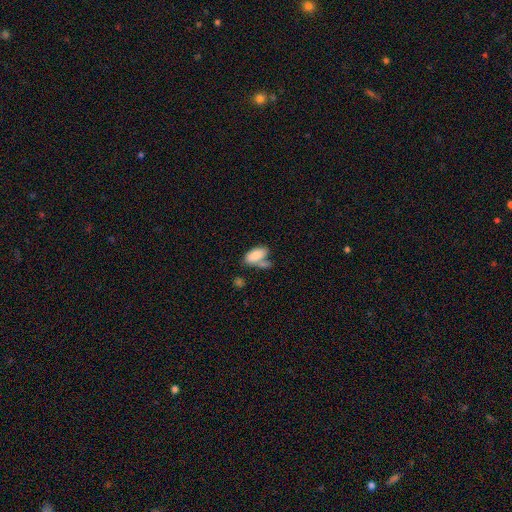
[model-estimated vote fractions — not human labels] A smooth galaxy with no disk features (82%) that is in between round and cigar-shaped (92%).

Vote fractions:
- Smooth or featured? smooth: 82% / featured or disk: 10% / star or artifact: 7%
- How rounded? in between: 92% / cigar-shaped: 5% / round: 3%
- Merging? none: 42% / merger: 30% / minor disturbance: 19% / major disturbance: 9%